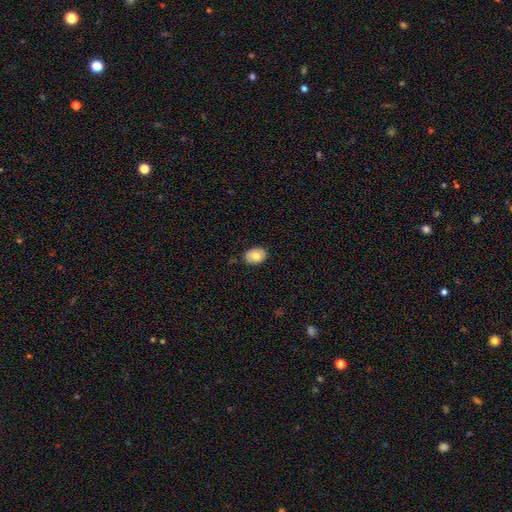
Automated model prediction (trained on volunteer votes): A smooth galaxy with no disk features (74%) that is in between round and cigar-shaped (76%).

Vote fractions:
- Smooth or featured? smooth: 74% / featured or disk: 18% / star or artifact: 7%
- How rounded? in between: 76% / round: 23% / cigar-shaped: 1%
- Merging? none: 85% / minor disturbance: 12% / major disturbance: 2% / merger: 1%